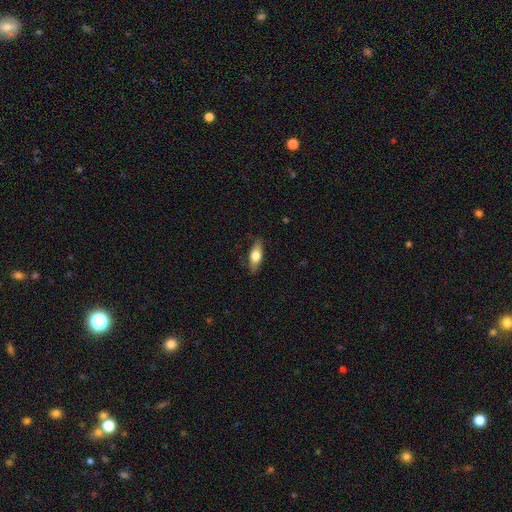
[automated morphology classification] A smooth galaxy with no disk features (63%) that is in between round and cigar-shaped (69%).

Vote fractions:
- Smooth or featured? smooth: 63% / featured or disk: 31% / star or artifact: 6%
- How rounded? in between: 69% / cigar-shaped: 28% / round: 3%
- Merging? none: 83% / minor disturbance: 13% / major disturbance: 3% / merger: 1%